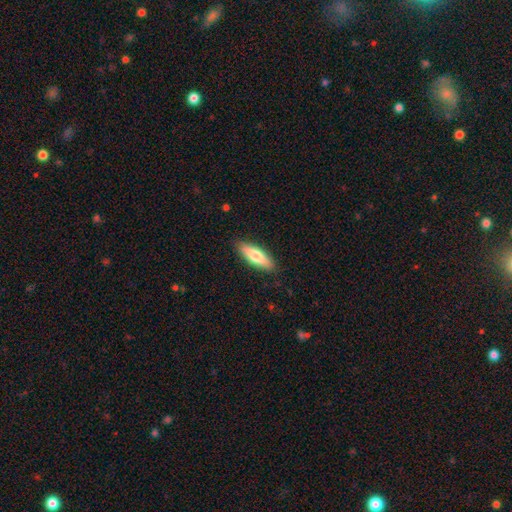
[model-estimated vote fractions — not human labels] Smooth or featured? smooth (70%)
How rounded? in between (53%)
Merging? none (87%)